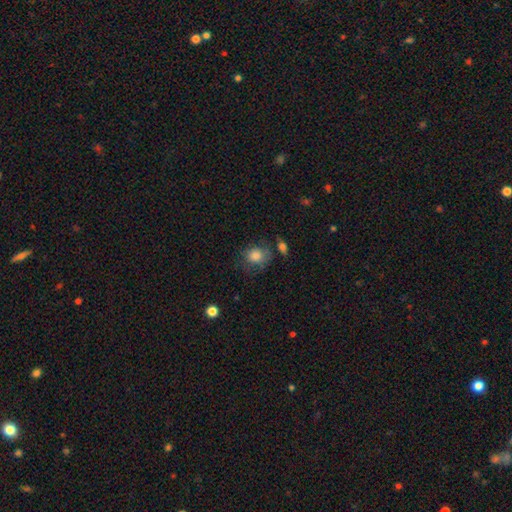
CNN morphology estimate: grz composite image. It shows a smooth galaxy with no disk features (81%) that is round (73%). Merging: none (58%).